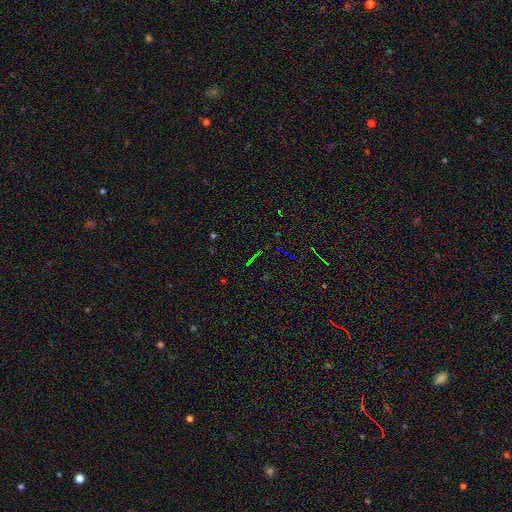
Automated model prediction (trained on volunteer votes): This is likely a star or artifact rather than a galaxy (76%).